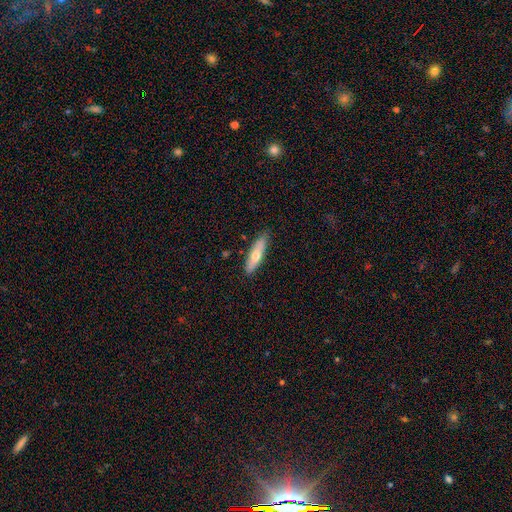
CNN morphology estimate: This appears to be a smooth galaxy with no disk features (60%) that is cigar-shaped (70%). Merging: none (86%).